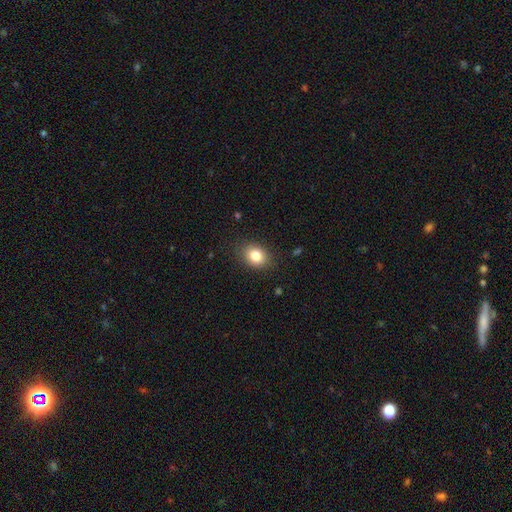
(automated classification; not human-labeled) A smooth galaxy with no disk features (83%) that is in between round and cigar-shaped (58%). Merging: none (85%).